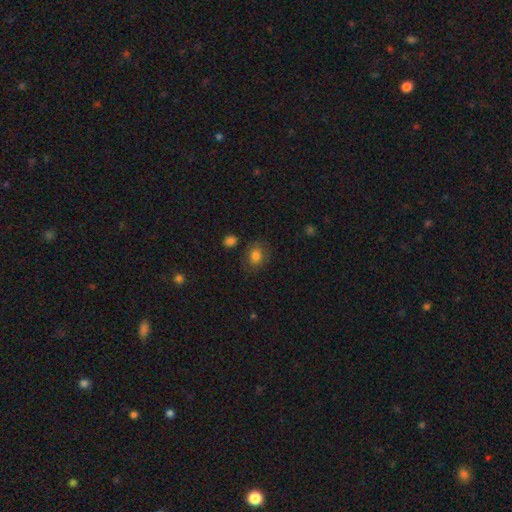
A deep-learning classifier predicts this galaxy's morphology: smooth 74%, featured or disk 14%, star or artifact 11%. Down the decision tree: how rounded — round (57%); merging — none (75%).